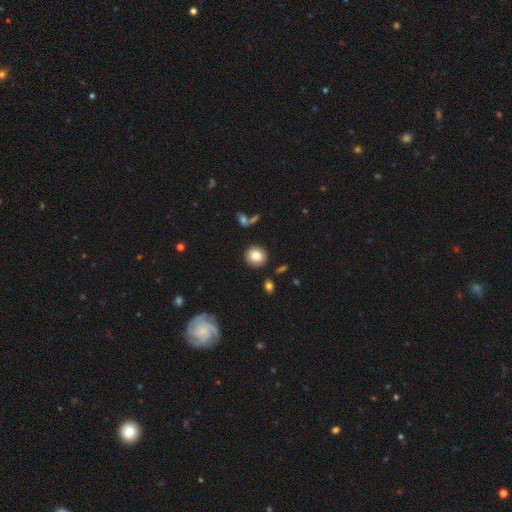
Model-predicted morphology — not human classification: smooth 83%, featured or disk 9%, star or artifact 8%. Down the decision tree: how rounded — round (84%); merging — none (85%).